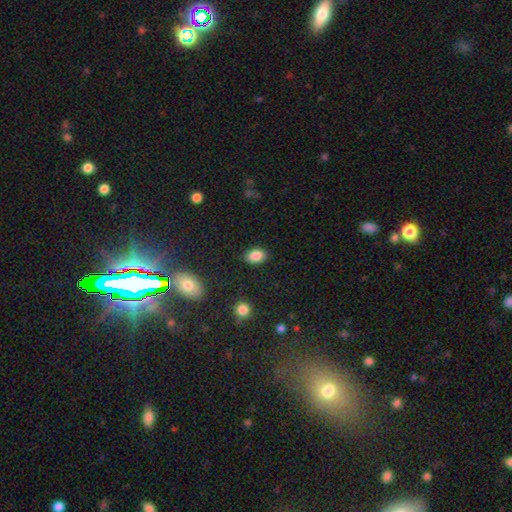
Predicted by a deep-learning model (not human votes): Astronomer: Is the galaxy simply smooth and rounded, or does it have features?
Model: smooth — 86%.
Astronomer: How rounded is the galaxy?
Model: in between — 80%.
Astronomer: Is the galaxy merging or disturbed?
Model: none — 86%.